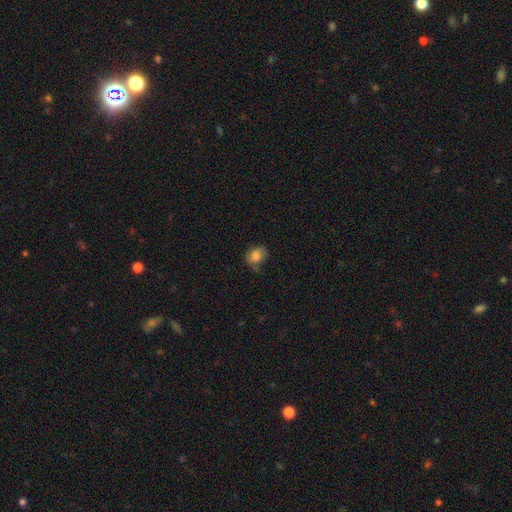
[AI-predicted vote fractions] Smooth or featured?
  - smooth: 81% *
  - star or artifact: 9%
  - featured or disk: 9%
How rounded?
  - in between: 57% *
  - round: 42%
  - cigar-shaped: 1%
Merging?
  - none: 60% *
  - minor disturbance: 29%
  - major disturbance: 8%
  - merger: 3%